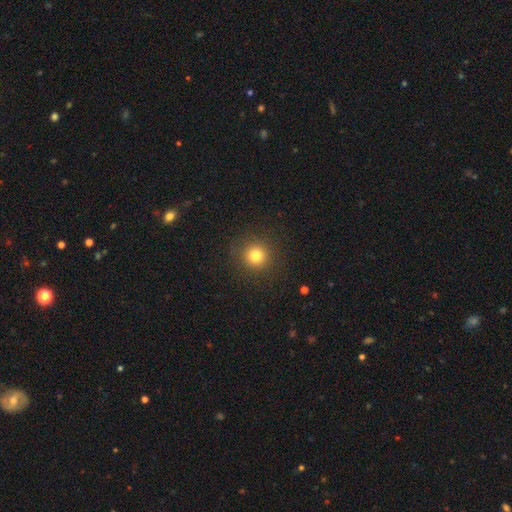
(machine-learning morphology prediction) Q: Smooth or featured?
A: smooth (80%); runner-up: star or artifact (14%)
Q: How rounded?
A: round (94%); runner-up: in between (5%)
Q: Merging?
A: none (90%); runner-up: minor disturbance (6%)